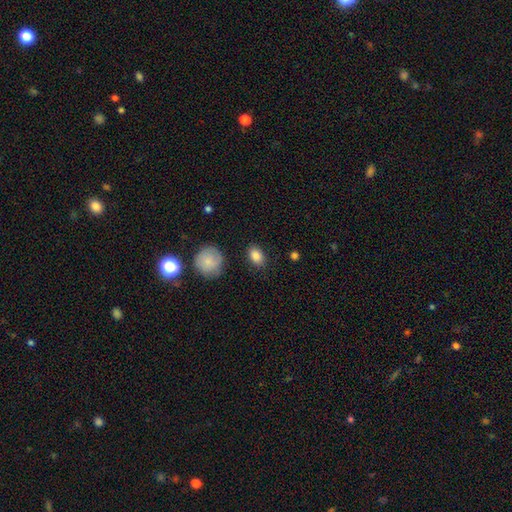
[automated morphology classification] A smooth galaxy with no disk features (87%) that is in between round and cigar-shaped (76%).

Vote fractions:
- Smooth or featured? smooth: 87% / star or artifact: 8% / featured or disk: 5%
- How rounded? in between: 76% / round: 22% / cigar-shaped: 2%
- Merging? none: 84% / minor disturbance: 11% / major disturbance: 3% / merger: 2%